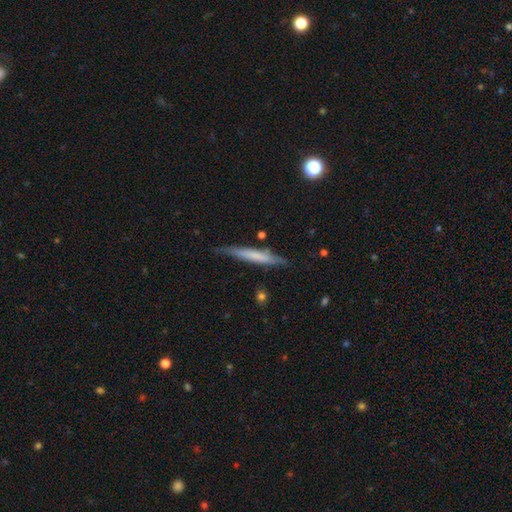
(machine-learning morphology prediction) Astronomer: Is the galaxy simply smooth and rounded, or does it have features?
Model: smooth — 54% (runner-up: featured or disk, 40%).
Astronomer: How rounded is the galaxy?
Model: cigar-shaped — 94%.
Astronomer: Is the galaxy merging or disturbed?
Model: none — 77%.